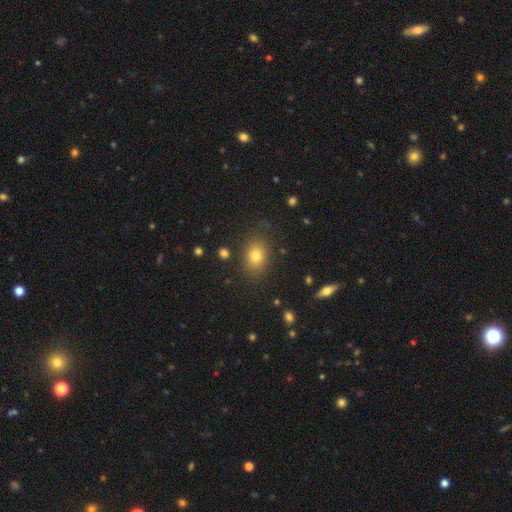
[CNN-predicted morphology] A smooth galaxy with no disk features (77%) that is in between round and cigar-shaped (69%).

Vote fractions:
- Smooth or featured? smooth: 77% / star or artifact: 13% / featured or disk: 10%
- How rounded? in between: 69% / round: 30% / cigar-shaped: 1%
- Merging? none: 84% / minor disturbance: 10% / major disturbance: 3% / merger: 2%